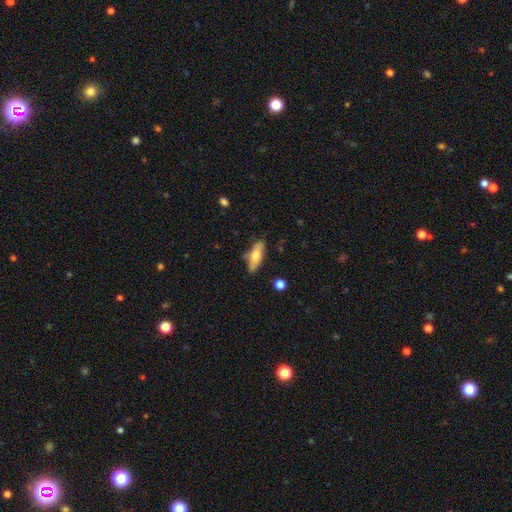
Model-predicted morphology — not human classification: smooth 65%, featured or disk 28%, star or artifact 7%. Down the decision tree: how rounded — in between (66%); merging — none (69%).